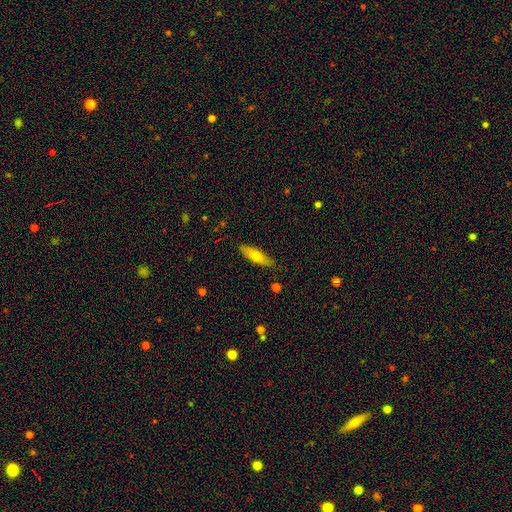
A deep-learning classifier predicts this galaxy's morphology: smooth_or_featured: smooth (p=0.65) [alt: featured or disk p=0.29]
how_rounded: cigar-shaped (p=0.60) [alt: in between p=0.38]
merging: none (p=0.84) [alt: minor disturbance p=0.12]